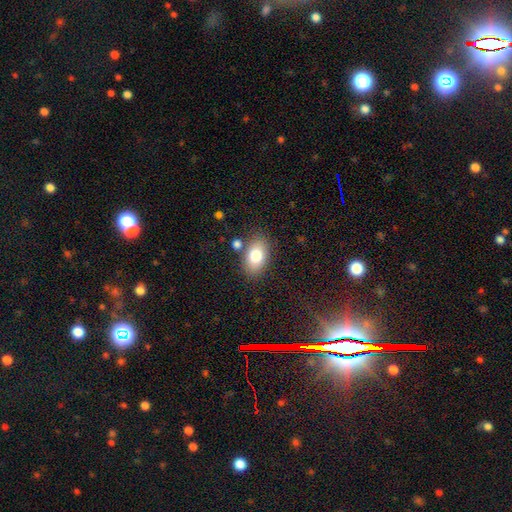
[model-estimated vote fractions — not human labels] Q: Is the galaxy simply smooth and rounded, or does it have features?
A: smooth — 78%.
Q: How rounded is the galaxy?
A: in between — 88%.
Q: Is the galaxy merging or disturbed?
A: none — 79%.